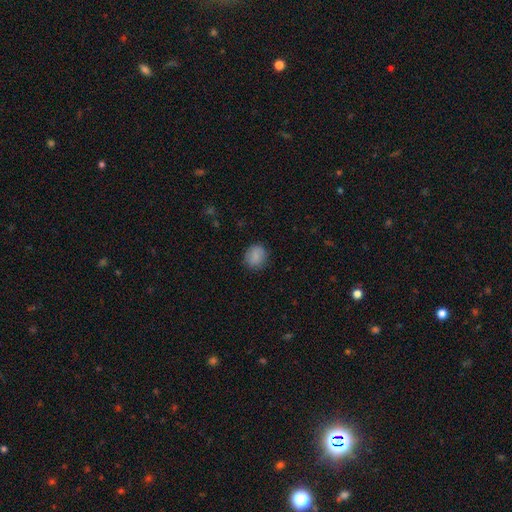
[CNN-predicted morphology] smooth 87%, star or artifact 8%, featured or disk 5%. Down the decision tree: how rounded — round (77%); merging — none (84%).